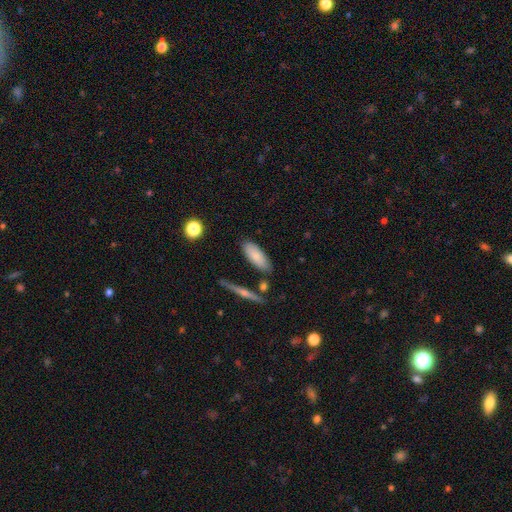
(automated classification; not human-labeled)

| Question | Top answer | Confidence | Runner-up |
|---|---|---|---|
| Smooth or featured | smooth | 79% | featured or disk (14%) |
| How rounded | in between | 75% | cigar-shaped (23%) |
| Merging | none | 76% | minor disturbance (15%) |